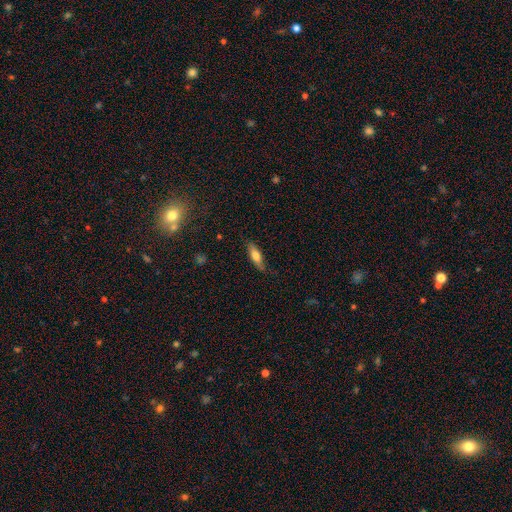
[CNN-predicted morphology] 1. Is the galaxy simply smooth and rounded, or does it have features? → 66% smooth, 28% featured or disk, 7% star or artifact.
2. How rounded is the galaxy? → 55% cigar-shaped, 43% in between, 2% round.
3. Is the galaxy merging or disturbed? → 80% none, 16% minor disturbance, 3% major disturbance, 1% merger.